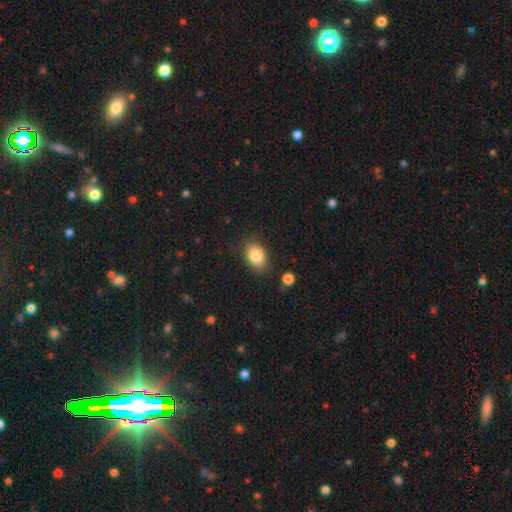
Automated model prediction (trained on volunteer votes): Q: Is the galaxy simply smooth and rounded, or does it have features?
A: smooth — 84%.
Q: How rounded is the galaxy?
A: in between — 84%.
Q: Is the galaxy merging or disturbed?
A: none — 81%.